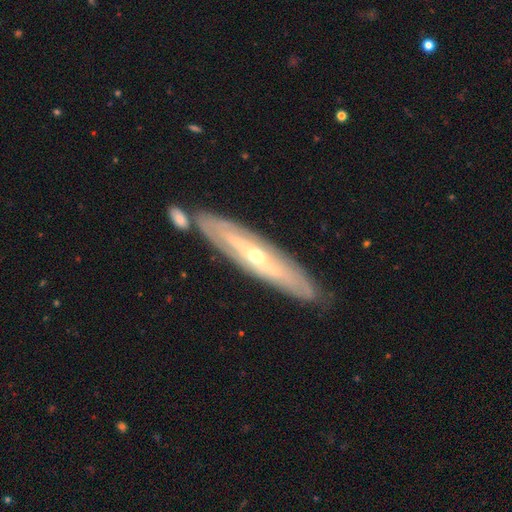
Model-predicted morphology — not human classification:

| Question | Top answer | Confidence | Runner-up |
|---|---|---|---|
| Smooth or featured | featured or disk | 77% | smooth (17%) |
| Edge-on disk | no | 51% | yes (49%) |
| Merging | none | 78% | minor disturbance (12%) |